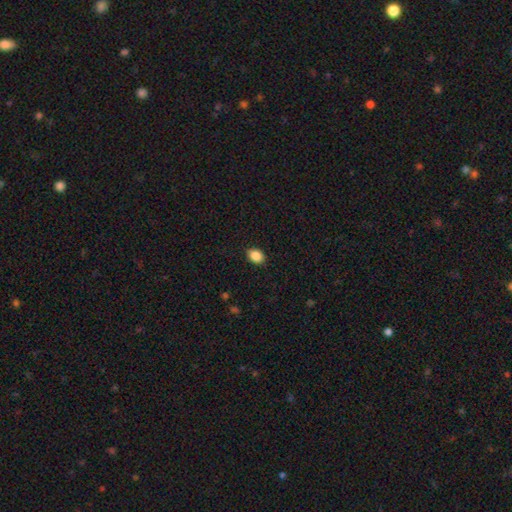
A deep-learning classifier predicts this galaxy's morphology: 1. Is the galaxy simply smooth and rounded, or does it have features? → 88% smooth, 8% star or artifact, 3% featured or disk.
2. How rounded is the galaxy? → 71% in between, 28% round, 1% cigar-shaped.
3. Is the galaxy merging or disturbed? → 90% none, 7% minor disturbance, 2% major disturbance, 1% merger.